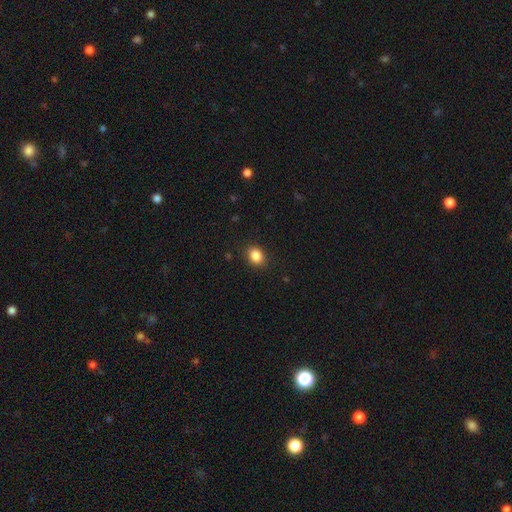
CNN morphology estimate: This appears to be a smooth galaxy with no disk features (86%) that is round (53%). Merging: none (89%).